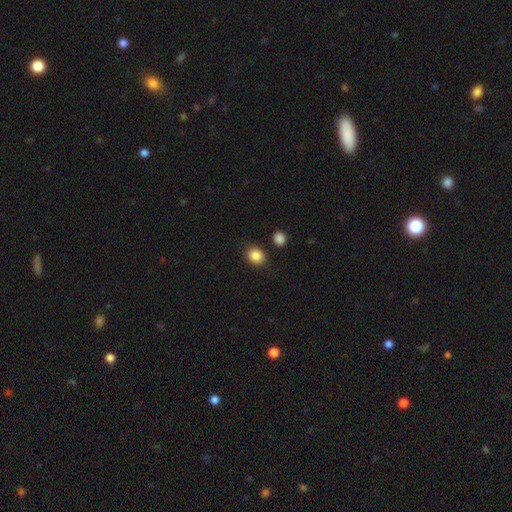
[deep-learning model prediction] smooth_or_featured: smooth (p=0.87) [alt: star or artifact p=0.09]
how_rounded: round (p=0.69) [alt: in between p=0.30]
merging: none (p=0.83) [alt: minor disturbance p=0.10]